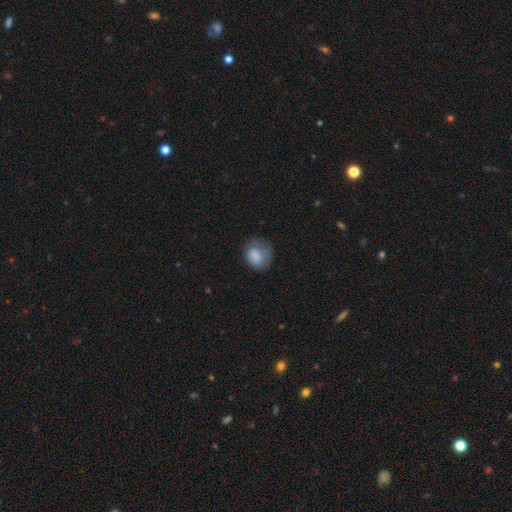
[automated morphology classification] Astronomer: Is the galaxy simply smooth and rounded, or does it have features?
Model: smooth — 76%.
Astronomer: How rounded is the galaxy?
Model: round — 51% (runner-up: in between, 48%).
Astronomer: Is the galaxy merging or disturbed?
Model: none — 46% (runner-up: minor disturbance, 30%).